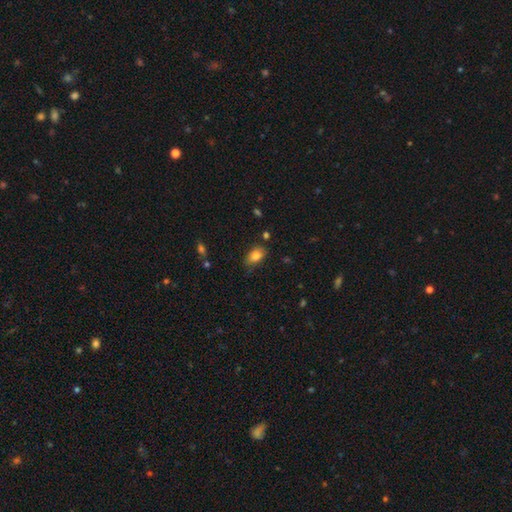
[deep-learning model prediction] smooth-or-featured: smooth: 82% | featured or disk: 9% | star or artifact: 9%
  how-rounded: in between: 89% | round: 9% | cigar-shaped: 2%
  merging: none: 69% | minor disturbance: 24% | major disturbance: 5% | merger: 3%